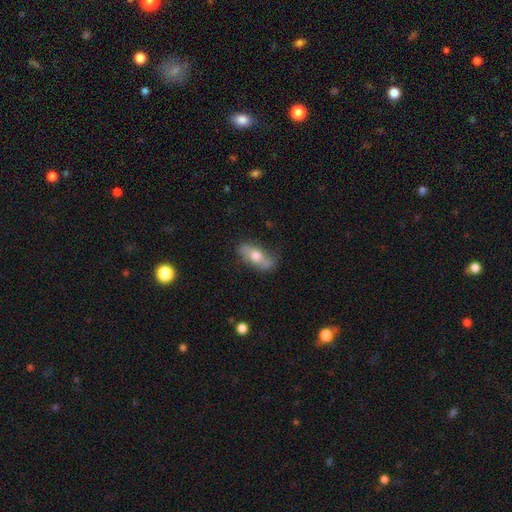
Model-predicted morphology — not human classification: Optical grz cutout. It shows a smooth galaxy with no disk features (51%) that is in between round and cigar-shaped (66%). Merging: none (77%).